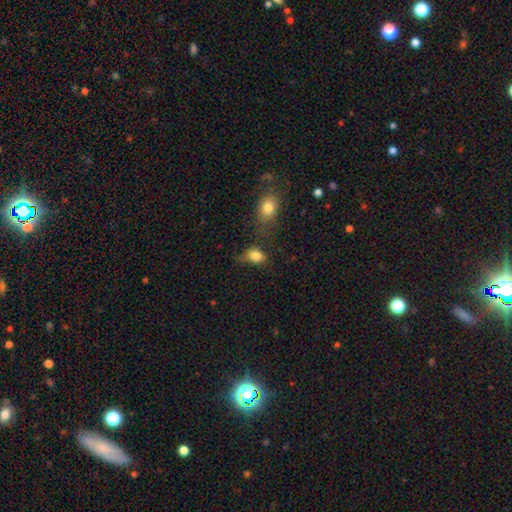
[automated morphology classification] Smooth or featured? Predicted: smooth (p=0.83). How rounded? Predicted: in between (p=0.67). Merging? Predicted: none (p=0.46).